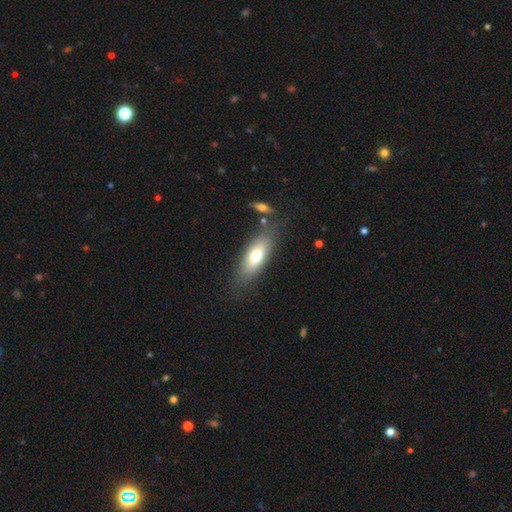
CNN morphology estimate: Overall: smooth (68%). How rounded: in between (71%). Merging: none (77%).